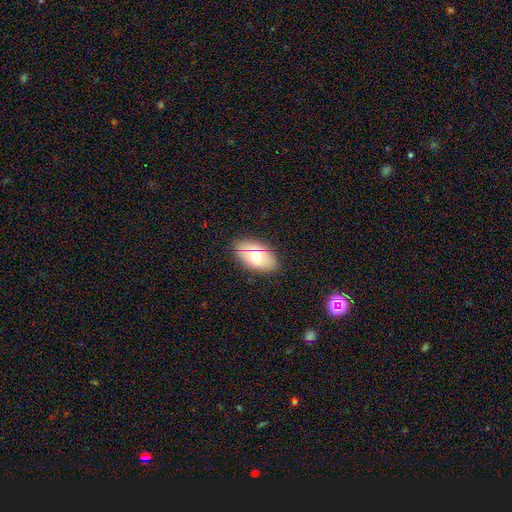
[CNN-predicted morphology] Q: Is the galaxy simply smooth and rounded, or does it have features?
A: smooth — 64%.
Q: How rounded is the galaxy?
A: in between — 90%.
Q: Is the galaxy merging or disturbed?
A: none — 83%.